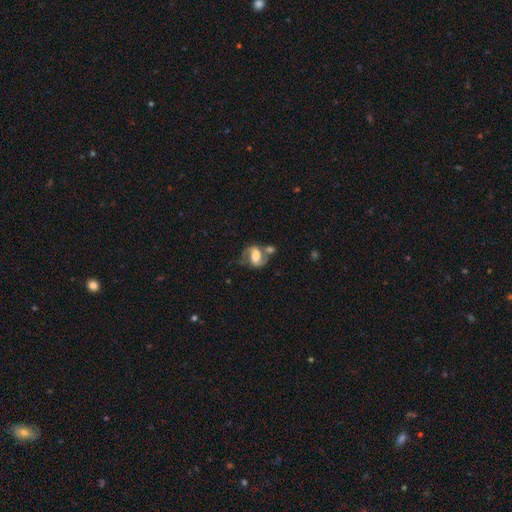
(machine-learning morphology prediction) Smooth or featured? Predicted: featured or disk (p=0.71). Edge-on disk? Predicted: no (p=0.97). Bar? Predicted: weak (p=0.40). Spiral arms? Predicted: yes (p=0.89). Spiral winding? Predicted: medium (p=0.48). Spiral arm count? Predicted: 2 (p=0.85). Bulge size? Predicted: moderate (p=0.42). Merging? Predicted: none (p=0.42).